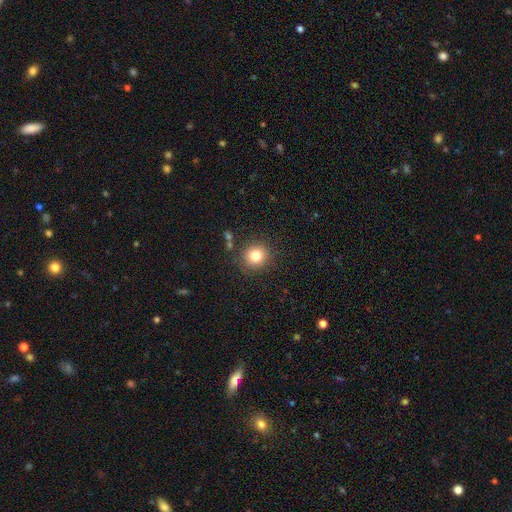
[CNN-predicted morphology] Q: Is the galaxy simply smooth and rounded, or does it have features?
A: smooth — 81%.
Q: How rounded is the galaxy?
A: round — 90%.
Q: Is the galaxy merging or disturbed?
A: none — 86%.